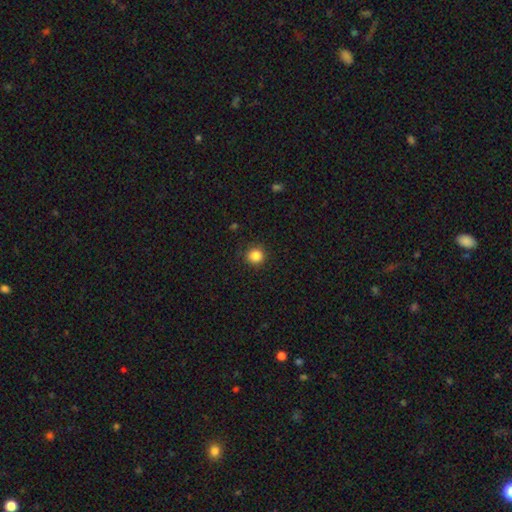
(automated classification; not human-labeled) Morphology: type=smooth (85%); roundness=round (93%); merging=none (90%).